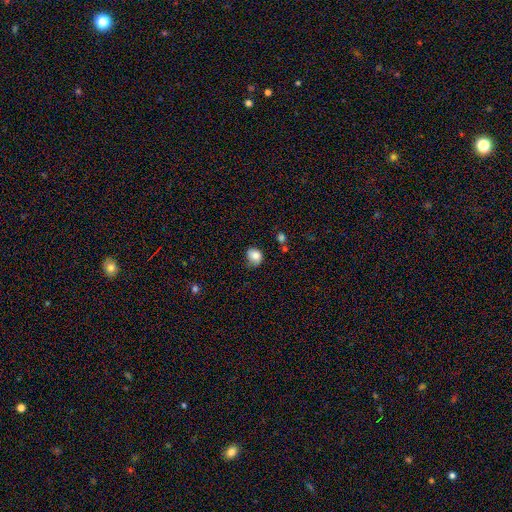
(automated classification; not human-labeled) This appears to be a smooth galaxy with no disk features (82%) that is round (60%). Merging: none (57%).